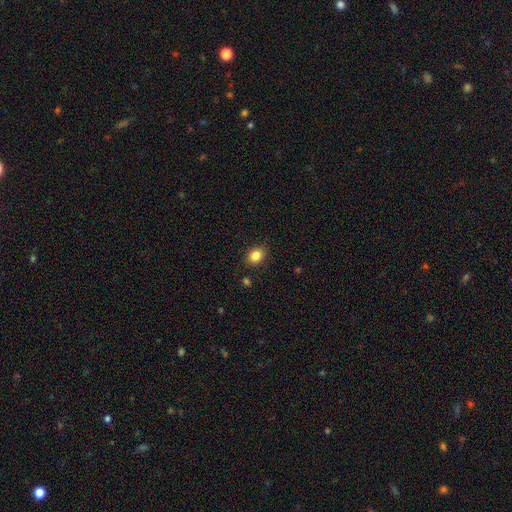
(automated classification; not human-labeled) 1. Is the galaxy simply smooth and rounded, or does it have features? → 84% smooth, 10% star or artifact, 5% featured or disk.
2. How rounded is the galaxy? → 53% round, 46% in between, 1% cigar-shaped.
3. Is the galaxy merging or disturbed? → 87% none, 9% minor disturbance, 2% major disturbance, 2% merger.